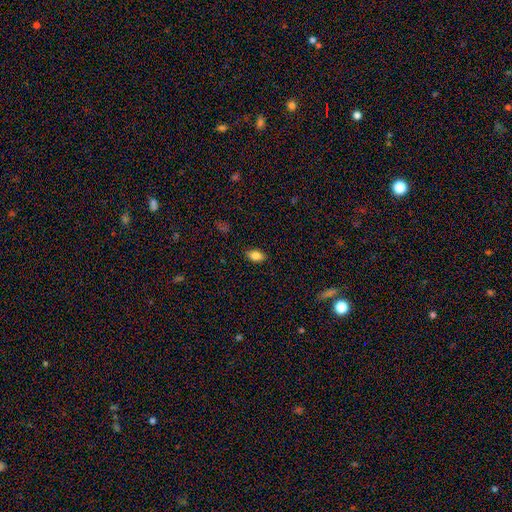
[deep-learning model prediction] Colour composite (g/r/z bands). It shows a smooth galaxy with no disk features (84%) that is in between round and cigar-shaped (89%). Merging: none (87%).